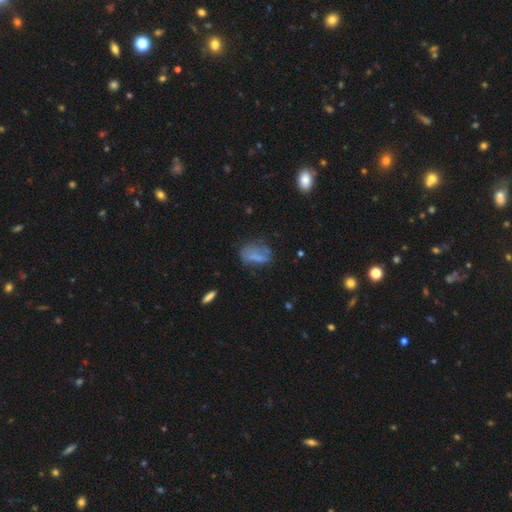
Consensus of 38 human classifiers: This is likely a smooth galaxy (61%). How rounded: clearly in between (87%). Merging: marginally none (44%).